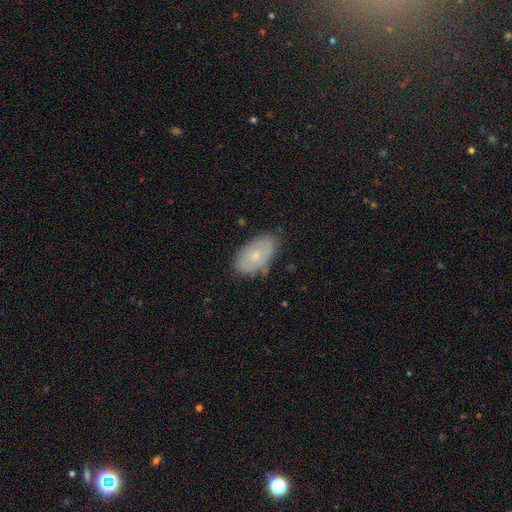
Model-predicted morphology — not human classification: This is likely a smooth galaxy (66%). How rounded: clearly in between (93%). Merging: likely none (72%).